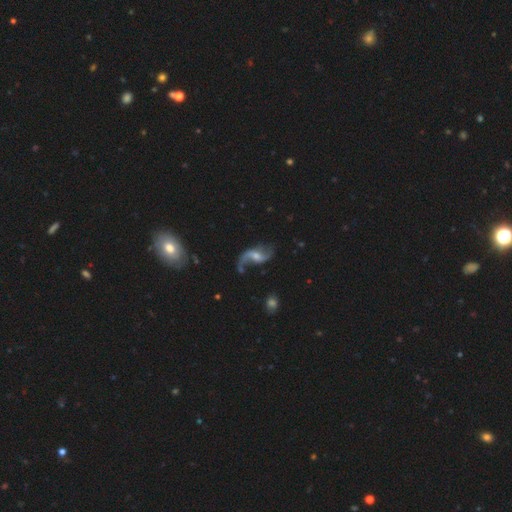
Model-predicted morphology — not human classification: Overall: featured or disk (86%). Edge-on disk: no (97%). Bar: weak (48%; no 36%). Spiral arms: yes (95%). Spiral arm count: 2 (89%). Spiral winding: loose (88%). Bulge size: moderate (45%; small 39%). Merging: none (60%).